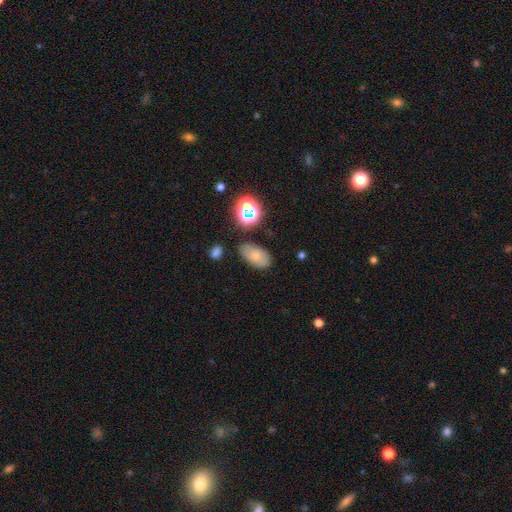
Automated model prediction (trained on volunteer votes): This appears to be a smooth galaxy with no disk features (70%) that is in between round and cigar-shaped (91%). Merging: none (73%).